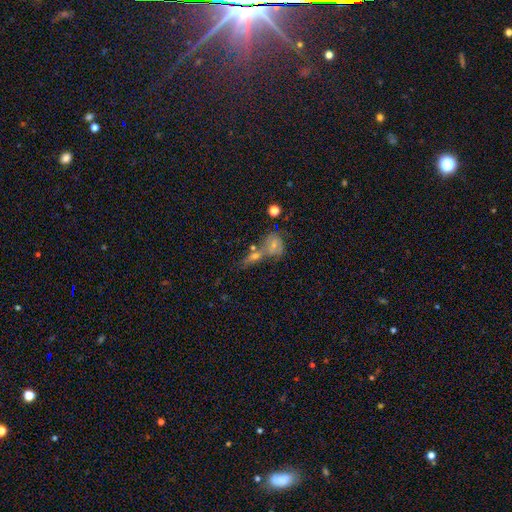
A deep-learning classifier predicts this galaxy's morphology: Smooth or featured?
  - featured or disk: 41% *
  - smooth: 36%
  - star or artifact: 24%
Merging?
  - none: 43% *
  - merger: 37%
  - minor disturbance: 12%
  - major disturbance: 8%